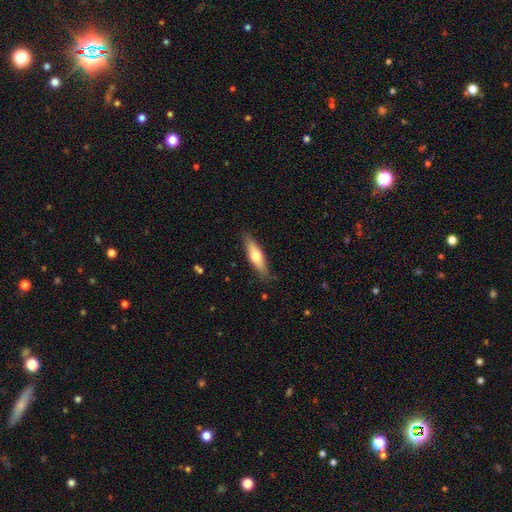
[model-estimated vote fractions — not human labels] Smooth or featured?
  - smooth: 60% *
  - featured or disk: 34%
  - star or artifact: 6%
How rounded?
  - cigar-shaped: 64% *
  - in between: 34%
  - round: 2%
Merging?
  - none: 84% *
  - minor disturbance: 12%
  - major disturbance: 2%
  - merger: 1%